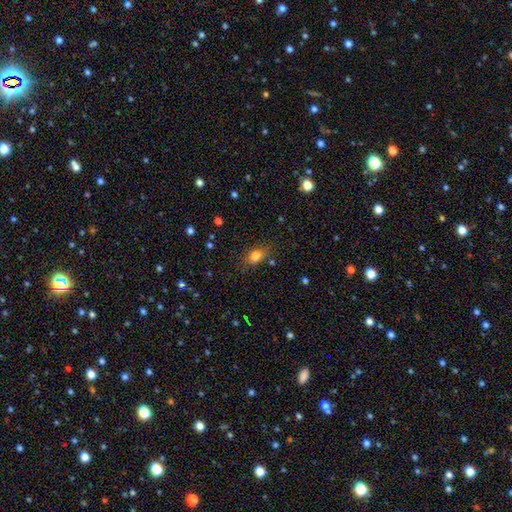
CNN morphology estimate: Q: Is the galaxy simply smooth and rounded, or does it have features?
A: smooth — 80%.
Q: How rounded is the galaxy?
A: in between — 77%.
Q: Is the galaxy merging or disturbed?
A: none — 77%.